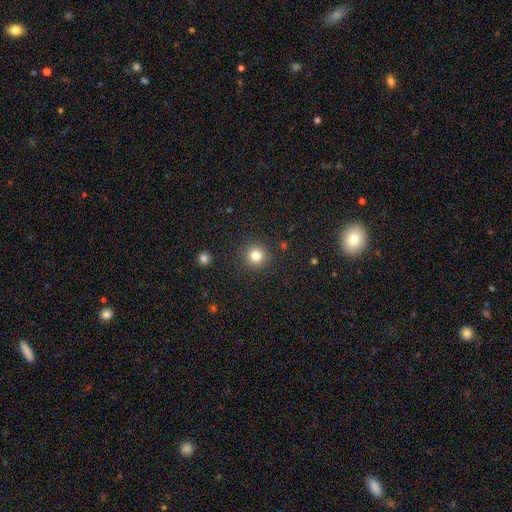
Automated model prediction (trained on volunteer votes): The model was most divided on "smooth or featured": smooth: 82%, star or artifact: 13%, featured or disk: 6%. More confident: how rounded — round (95%); merging — none (90%).